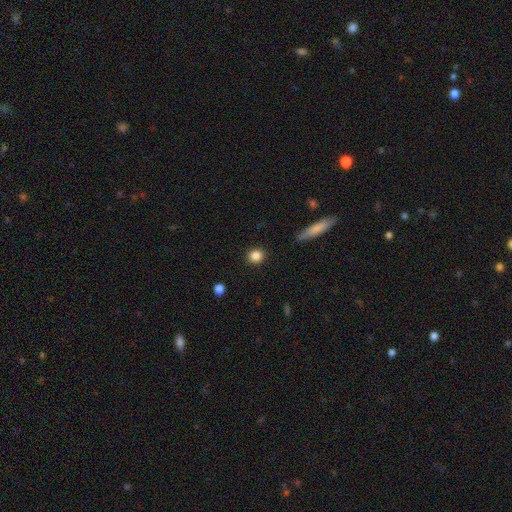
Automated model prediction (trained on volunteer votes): Overall: smooth (85%). How rounded: round (86%). Merging: none (90%).